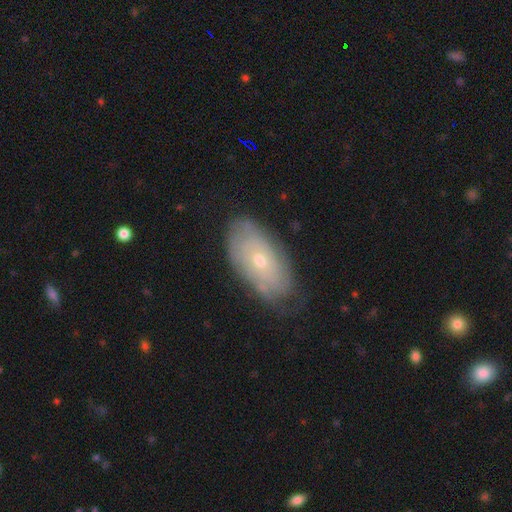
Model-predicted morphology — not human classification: This is possibly a featured or disk galaxy (54%). It is clearly not viewed edge-on (88%). Merging: likely none (79%).